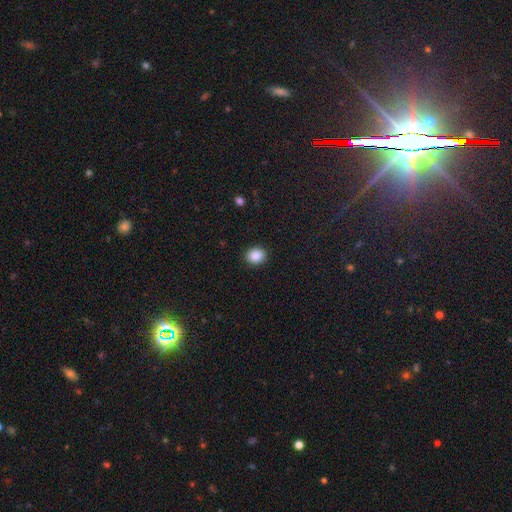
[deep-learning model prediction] smooth_or_featured: smooth (p=0.88) [alt: star or artifact p=0.09]
how_rounded: round (p=0.70) [alt: in between p=0.29]
merging: none (p=0.90) [alt: minor disturbance p=0.07]